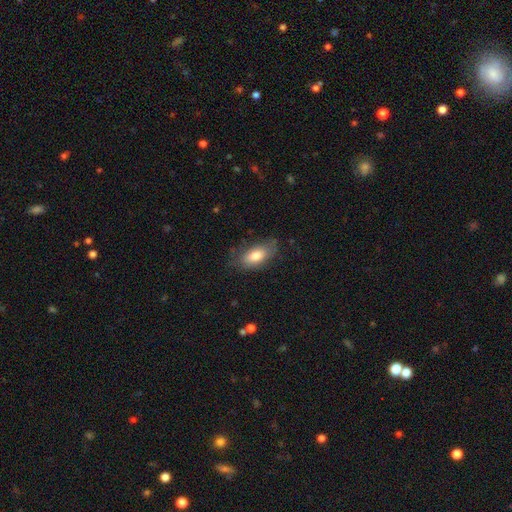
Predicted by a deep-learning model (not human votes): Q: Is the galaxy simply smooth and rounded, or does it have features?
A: smooth — 77%.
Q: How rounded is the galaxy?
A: in between — 88%.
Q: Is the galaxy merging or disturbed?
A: none — 69%.